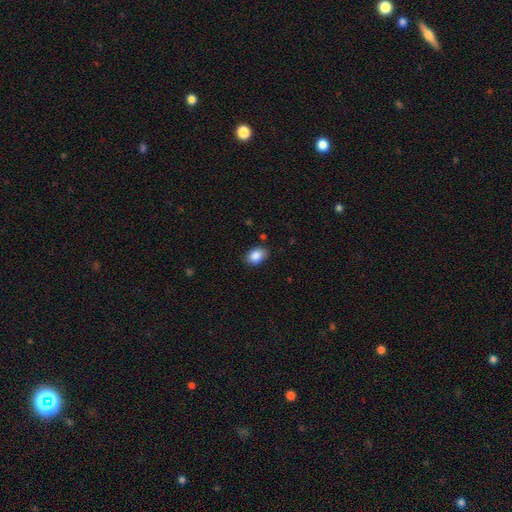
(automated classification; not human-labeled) smooth 88%, star or artifact 8%, featured or disk 4%. Down the decision tree: how rounded — in between (78%); merging — none (84%).